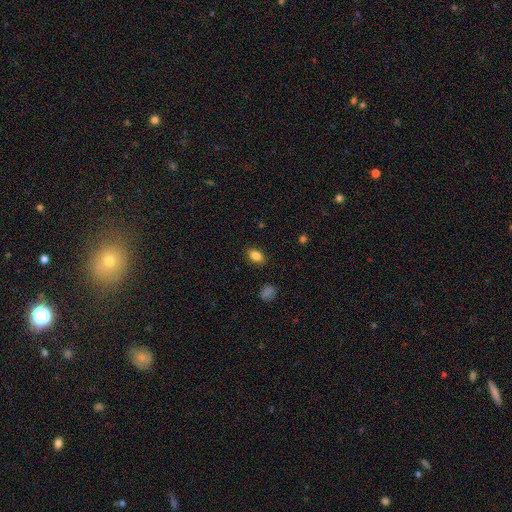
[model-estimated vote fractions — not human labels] Morphology: type=smooth (85%); roundness=in between (84%); merging=none (87%).